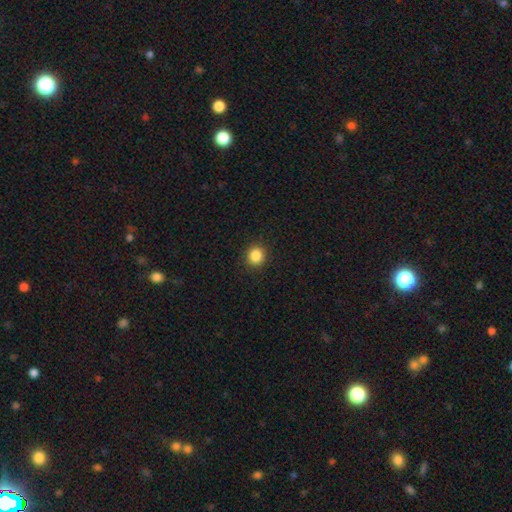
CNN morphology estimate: A smooth galaxy with no disk features (86%) that is round (87%). Merging: none (92%).